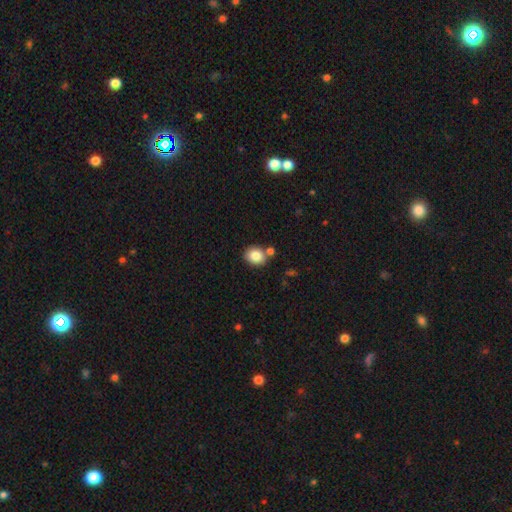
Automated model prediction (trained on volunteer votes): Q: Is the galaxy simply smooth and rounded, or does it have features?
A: smooth — 84%.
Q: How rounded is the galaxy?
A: round — 58%.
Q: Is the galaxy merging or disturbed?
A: none — 73%.